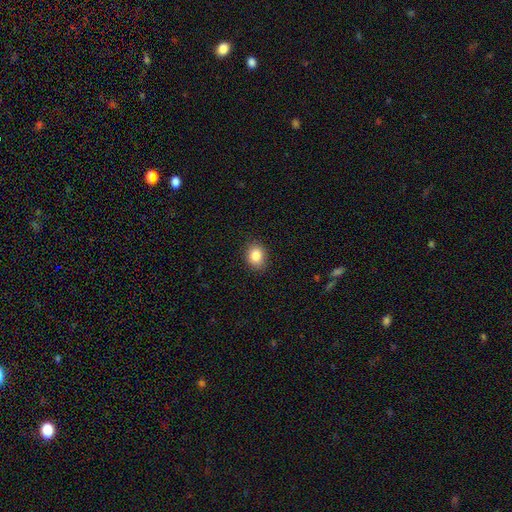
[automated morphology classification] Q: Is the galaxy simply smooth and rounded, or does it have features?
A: smooth — 85%.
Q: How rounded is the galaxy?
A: round — 50%.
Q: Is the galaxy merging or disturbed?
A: none — 87%.